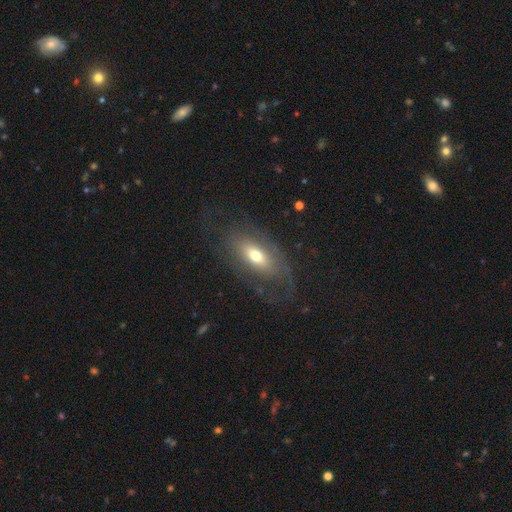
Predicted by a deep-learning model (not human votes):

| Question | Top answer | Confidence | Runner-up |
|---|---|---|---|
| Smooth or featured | featured or disk | 50% | smooth (42%) |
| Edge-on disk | no | 83% | yes (17%) |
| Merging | none | 61% | major disturbance (20%) |